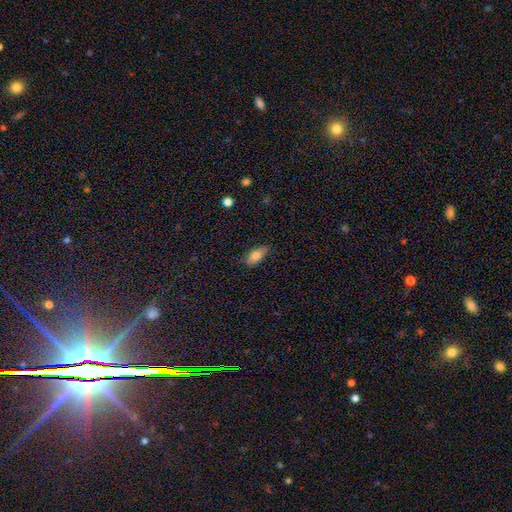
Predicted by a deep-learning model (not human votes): Overall: smooth (81%). How rounded: in between (87%). Merging: none (72%).